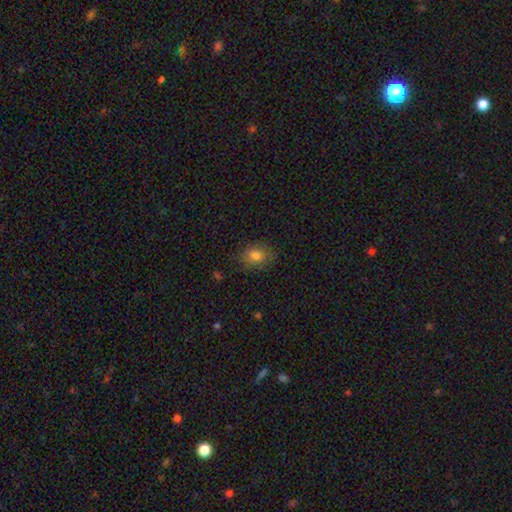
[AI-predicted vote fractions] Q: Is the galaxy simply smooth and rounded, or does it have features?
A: smooth — 80%.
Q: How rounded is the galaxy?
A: in between — 59%.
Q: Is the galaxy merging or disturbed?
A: none — 79%.